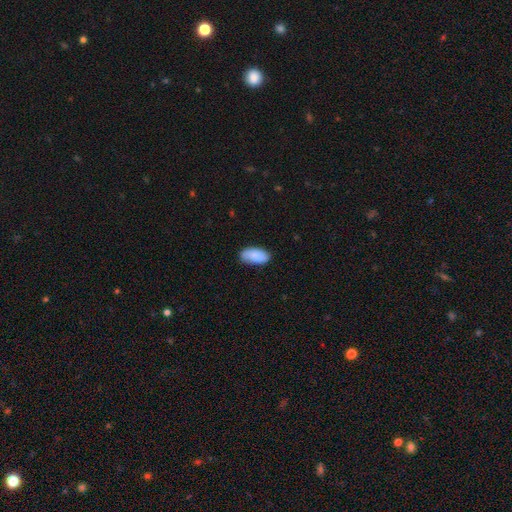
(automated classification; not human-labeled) Q: Smooth or featured?
A: smooth (87%); runner-up: featured or disk (7%)
Q: How rounded?
A: in between (94%); runner-up: cigar-shaped (4%)
Q: Merging?
A: none (82%); runner-up: minor disturbance (15%)